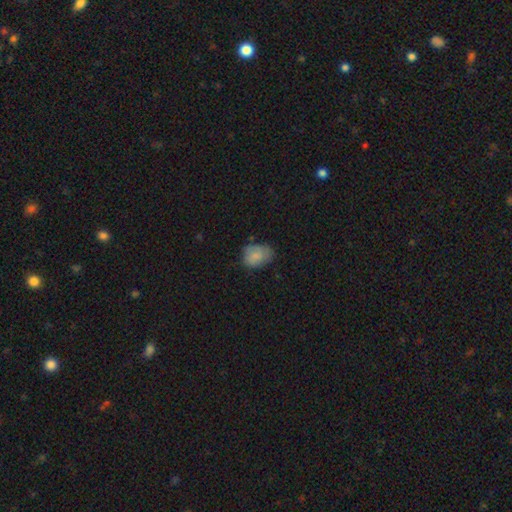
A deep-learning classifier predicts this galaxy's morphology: smooth 79%, featured or disk 13%, star or artifact 9%. Down the decision tree: how rounded — in between (71%); merging — none (56%).